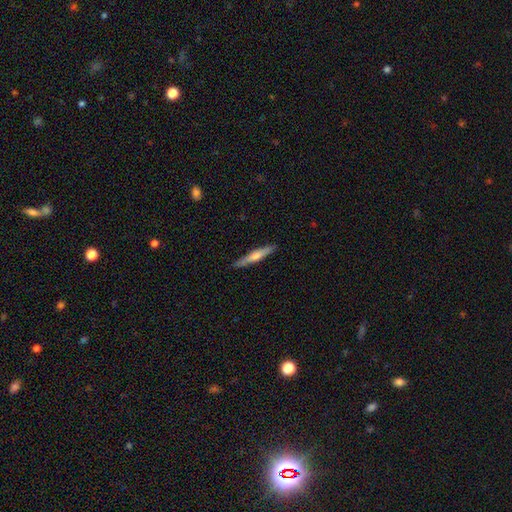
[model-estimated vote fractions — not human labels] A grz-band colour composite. It shows a featured or disk galaxy (53%) viewed edge-on (96%) with a rounded central bulge (72%). Merging: none (90%).